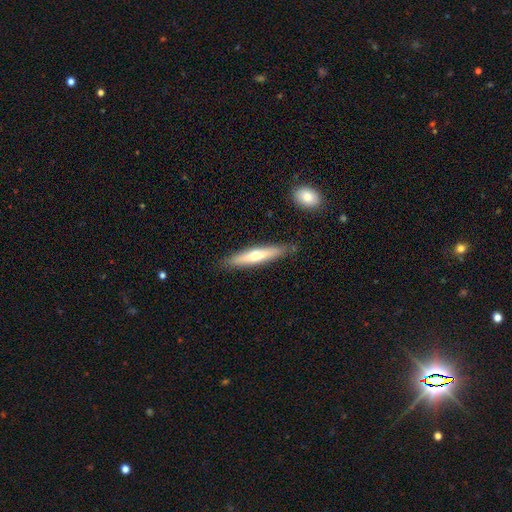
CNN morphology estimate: Q: Smooth or featured?
A: smooth (52%); runner-up: featured or disk (43%)
Q: How rounded?
A: cigar-shaped (87%); runner-up: in between (12%)
Q: Merging?
A: none (86%); runner-up: minor disturbance (11%)